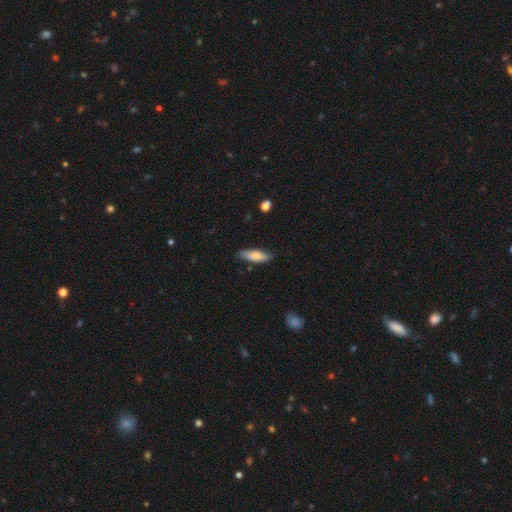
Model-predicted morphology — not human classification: smooth 74%, featured or disk 20%, star or artifact 6%. Down the decision tree: how rounded — cigar-shaped (50%); merging — none (82%).